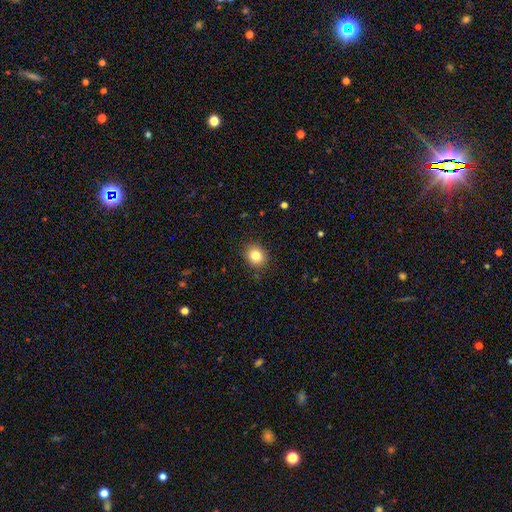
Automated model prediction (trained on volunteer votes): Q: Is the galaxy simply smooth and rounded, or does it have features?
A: smooth — 82%.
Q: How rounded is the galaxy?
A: round — 77%.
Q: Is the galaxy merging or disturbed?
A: none — 88%.